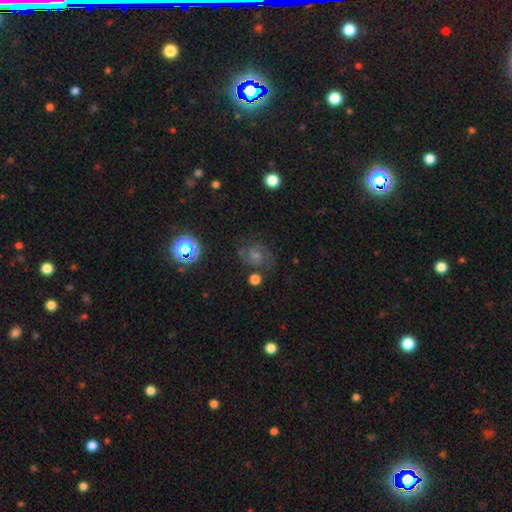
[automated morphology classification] featured or disk 66%, star or artifact 21%, smooth 14%. Down the decision tree: edge-on disk — no (98%); bar — no (50%); spiral arms — yes (95%); spiral arm count — 2 (81%); spiral winding — medium (51%); bulge size — small (44%); merging — none (77%).